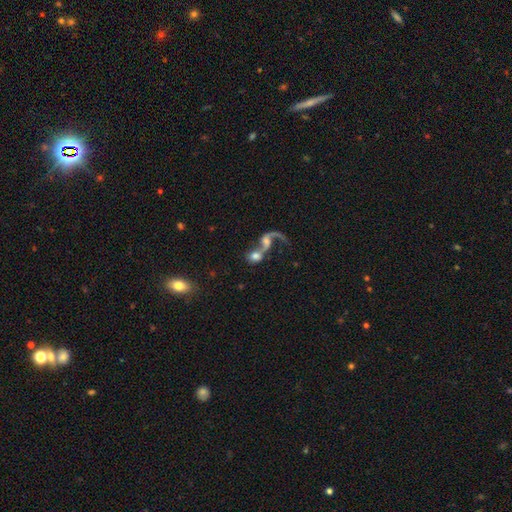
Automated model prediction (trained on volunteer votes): smooth-or-featured: featured or disk: 46% | smooth: 44% | star or artifact: 10%
  merging: merger: 73% | none: 13% | major disturbance: 10% | minor disturbance: 5%